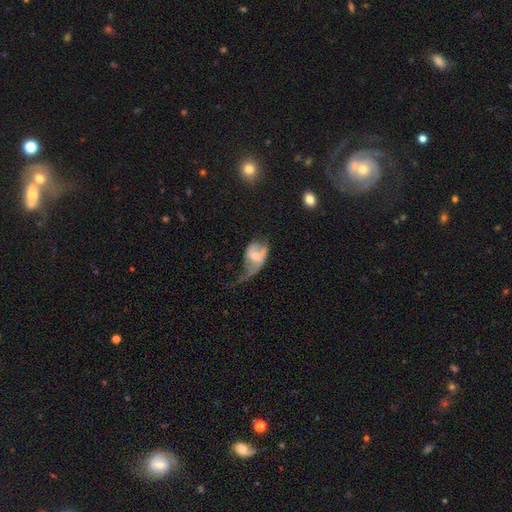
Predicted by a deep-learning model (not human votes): The model was most divided on "bulge size": moderate: 50%, small: 42%, large: 4%, none: 3%, dominant: 1%. More confident: edge-on disk — no (94%); bar — no (58%); smooth or featured — featured or disk (55%); spiral arms — yes (54%); merging — major disturbance (54%).